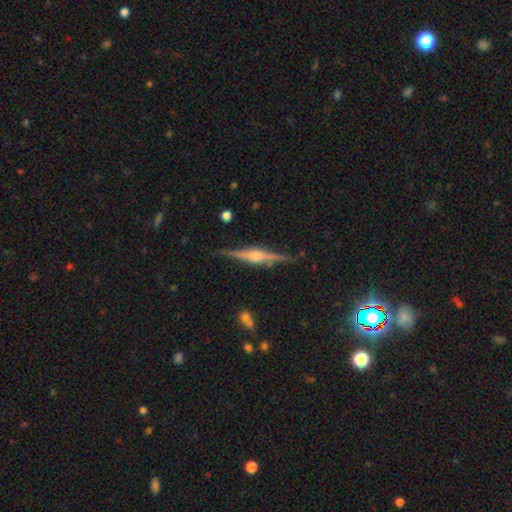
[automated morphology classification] Overall: featured or disk (85%). Edge-on disk: yes (98%). Edge-on bulge: rounded (88%). Merging: none (88%).